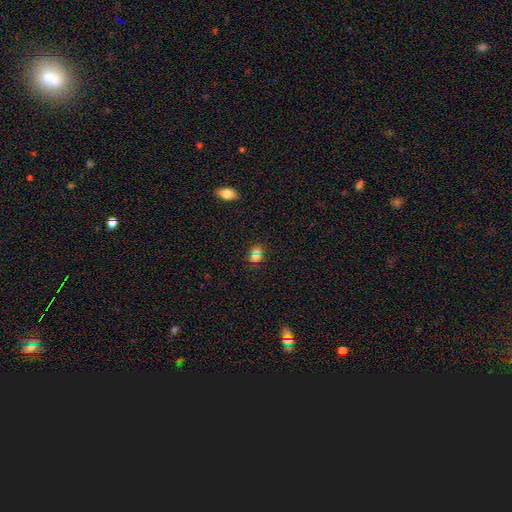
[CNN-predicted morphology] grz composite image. It shows a smooth galaxy with no disk features (54%) that is round (77%). Merging: none (81%).